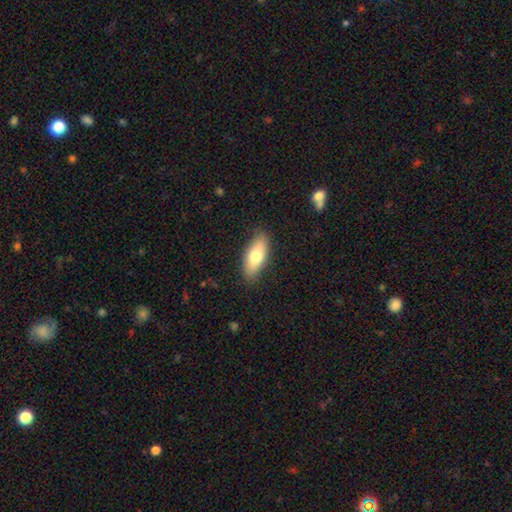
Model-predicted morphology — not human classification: Smooth or featured?
  - smooth: 73% *
  - featured or disk: 20%
  - star or artifact: 6%
How rounded?
  - in between: 75% *
  - cigar-shaped: 23%
  - round: 3%
Merging?
  - none: 87% *
  - minor disturbance: 10%
  - major disturbance: 2%
  - merger: 1%